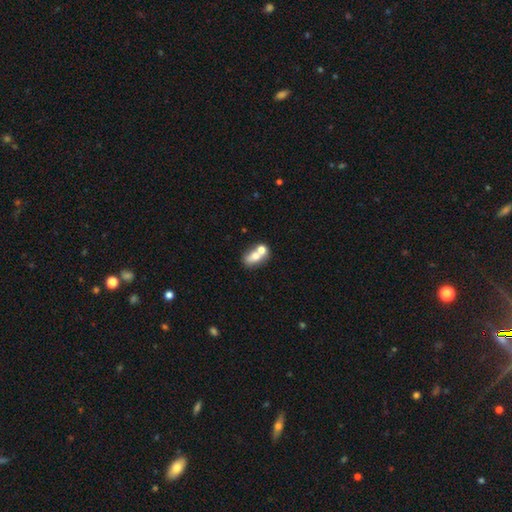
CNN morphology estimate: Smooth or featured? Predicted: smooth (p=0.67). How rounded? Predicted: in between (p=0.73). Merging? Predicted: merger (p=0.56).